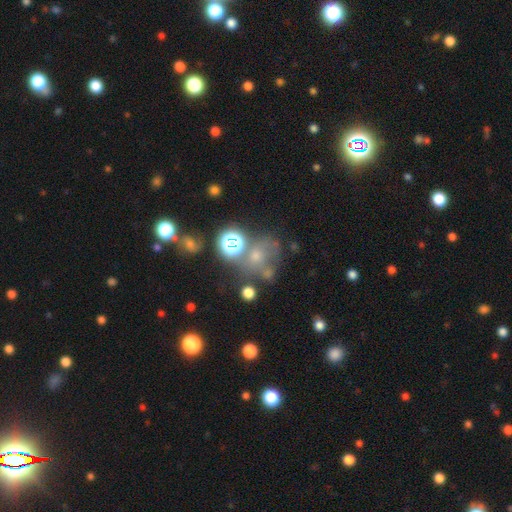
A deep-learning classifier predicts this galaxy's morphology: type=smooth (50%); merging=none (41%).